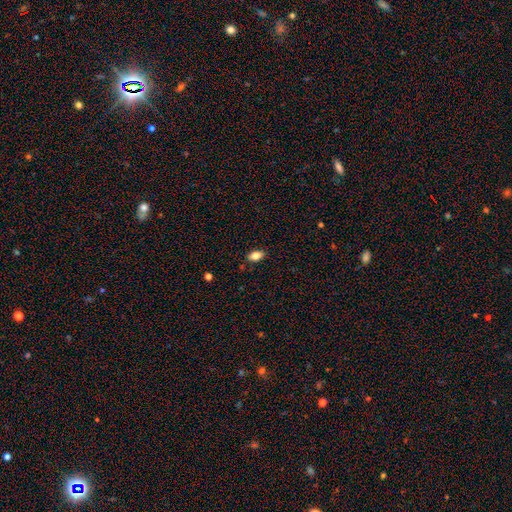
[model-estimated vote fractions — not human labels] A smooth galaxy with no disk features (82%) that is in between round and cigar-shaped (90%). Merging: none (86%).